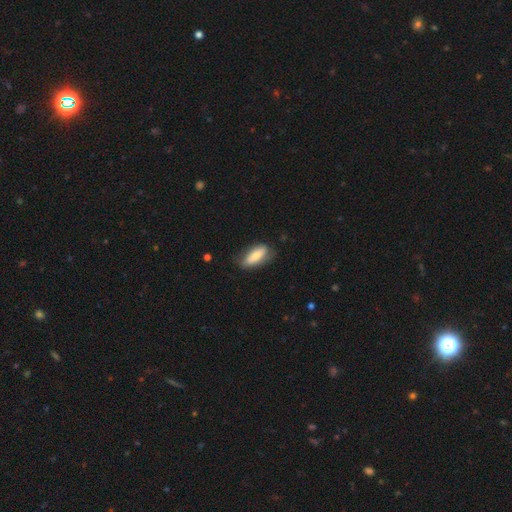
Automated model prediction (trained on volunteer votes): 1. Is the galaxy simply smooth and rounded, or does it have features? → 67% smooth, 27% featured or disk, 6% star or artifact.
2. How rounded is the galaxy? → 76% in between, 21% cigar-shaped, 3% round.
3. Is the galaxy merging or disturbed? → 65% none, 26% minor disturbance, 7% major disturbance, 2% merger.